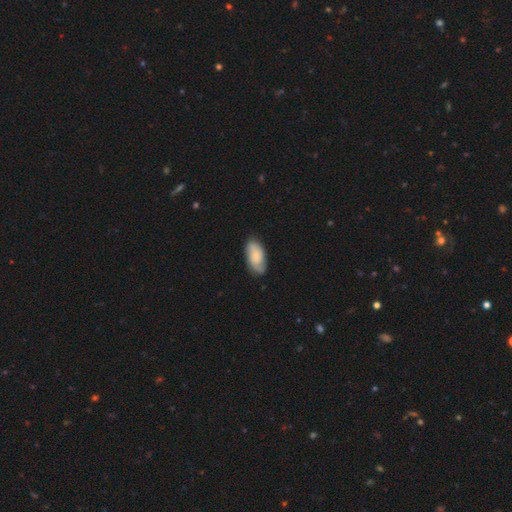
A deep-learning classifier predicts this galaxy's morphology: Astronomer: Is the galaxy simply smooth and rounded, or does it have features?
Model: smooth — 54% (runner-up: featured or disk, 40%).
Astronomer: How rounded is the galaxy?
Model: in between — 92%.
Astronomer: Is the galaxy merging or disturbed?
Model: none — 73%.